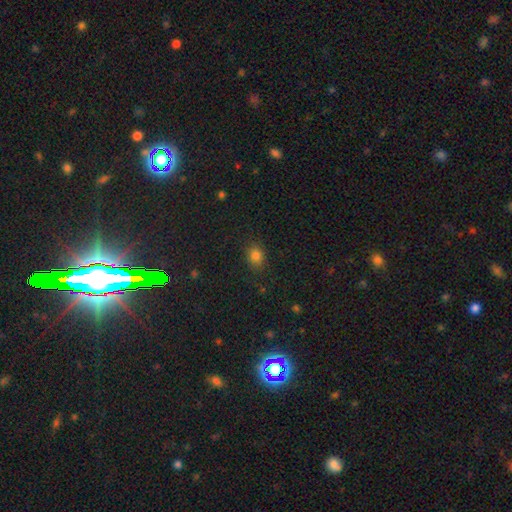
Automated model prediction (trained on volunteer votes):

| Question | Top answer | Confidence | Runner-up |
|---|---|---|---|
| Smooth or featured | smooth | 80% | star or artifact (14%) |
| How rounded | round | 53% | in between (46%) |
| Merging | none | 84% | minor disturbance (11%) |